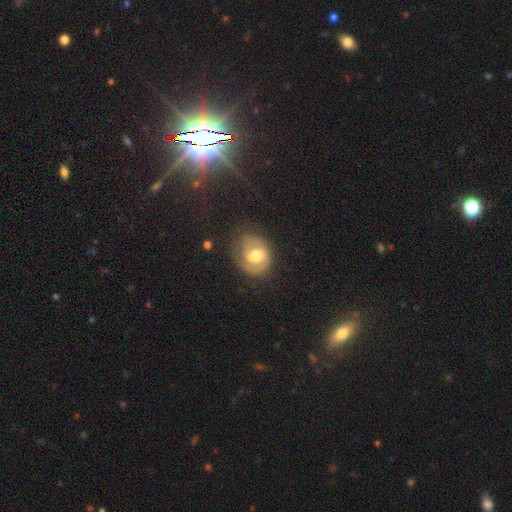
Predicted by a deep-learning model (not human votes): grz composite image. It shows a featured or disk galaxy (55%) with no bar (48%), spiral arms (75%) and a moderate central bulge (70%). Merging: none (53%).